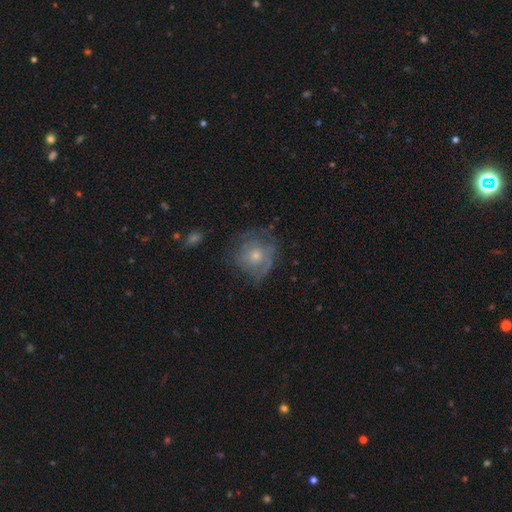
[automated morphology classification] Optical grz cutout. It shows a featured or disk galaxy (54%) with no bar (83%), spiral arms (68%) and a moderate central bulge (54%). Merging: none (62%).